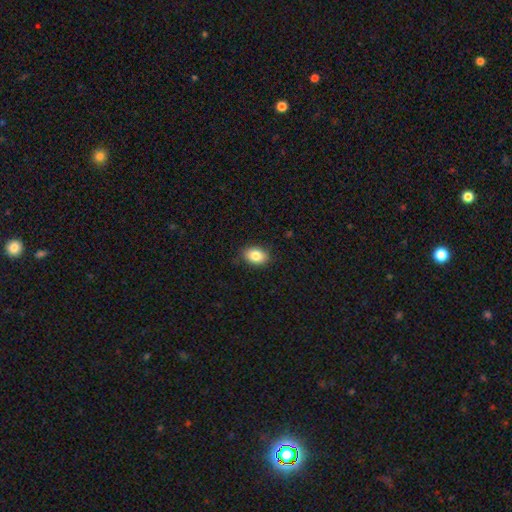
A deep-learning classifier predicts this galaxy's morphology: Smooth or featured: smooth — 84% (star or artifact — 8%)
How rounded: in between — 79% (round — 20%)
Merging: none — 86% (minor disturbance — 11%)